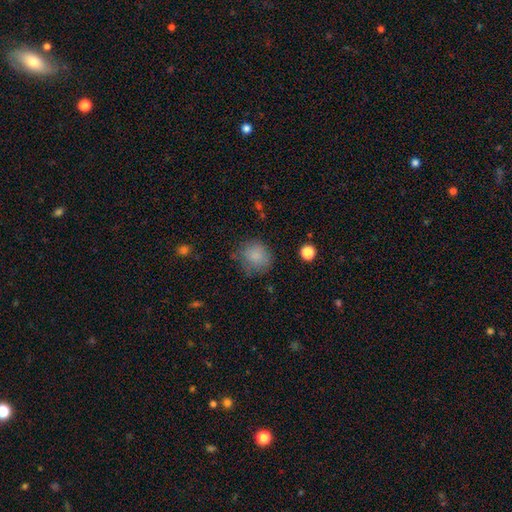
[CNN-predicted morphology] Q: Smooth or featured?
A: smooth (82%); runner-up: star or artifact (10%)
Q: How rounded?
A: round (85%); runner-up: in between (15%)
Q: Merging?
A: none (65%); runner-up: minor disturbance (23%)